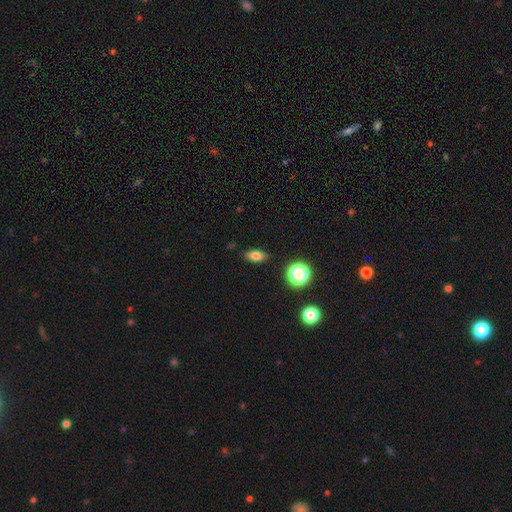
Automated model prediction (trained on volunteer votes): Q: Smooth or featured?
A: smooth (78%); runner-up: star or artifact (13%)
Q: How rounded?
A: in between (79%); runner-up: round (14%)
Q: Merging?
A: none (83%); runner-up: minor disturbance (12%)